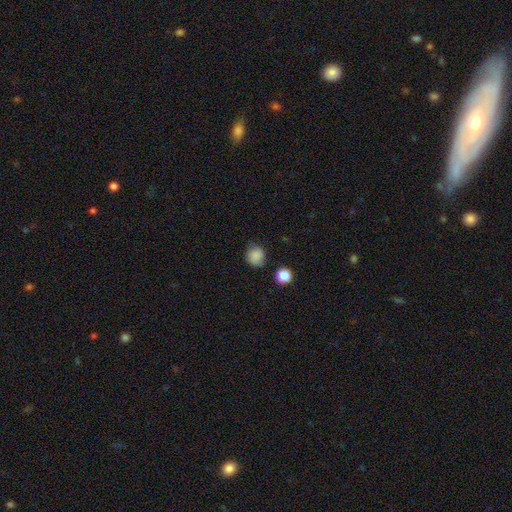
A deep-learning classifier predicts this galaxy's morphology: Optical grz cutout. It shows a smooth galaxy with no disk features (85%) that is round (81%). Merging: none (73%).